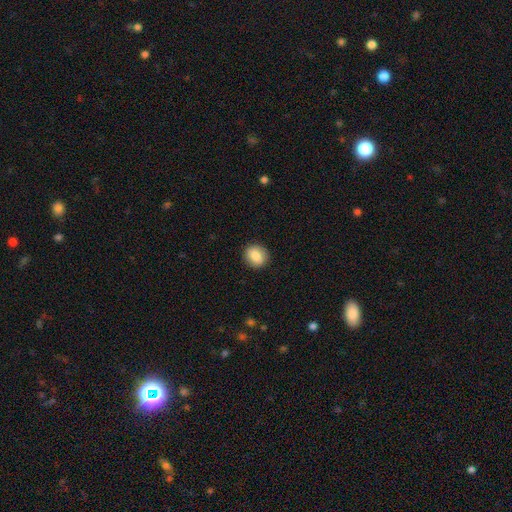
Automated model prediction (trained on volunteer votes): Smooth or featured? Predicted: smooth (p=0.85). How rounded? Predicted: round (p=0.76). Merging? Predicted: none (p=0.90).